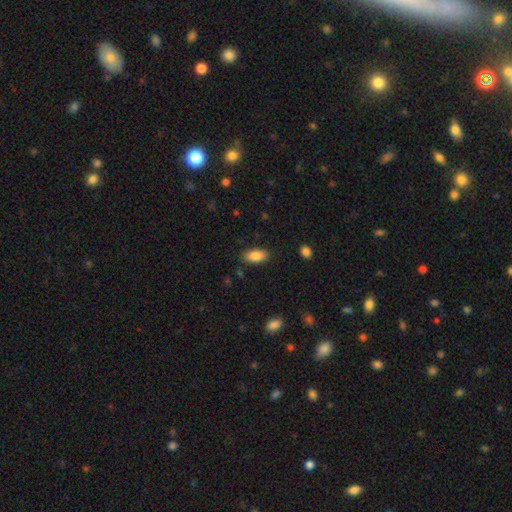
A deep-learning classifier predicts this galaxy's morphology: type=smooth (87%); roundness=in between (90%); merging=none (85%).